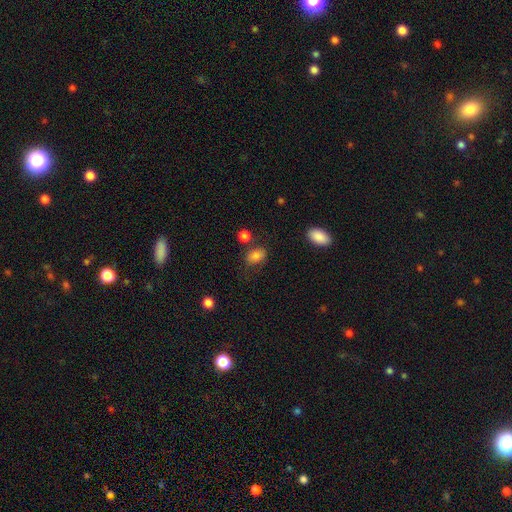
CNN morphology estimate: A smooth galaxy with no disk features (82%) that is in between round and cigar-shaped (78%). Merging: none (68%).